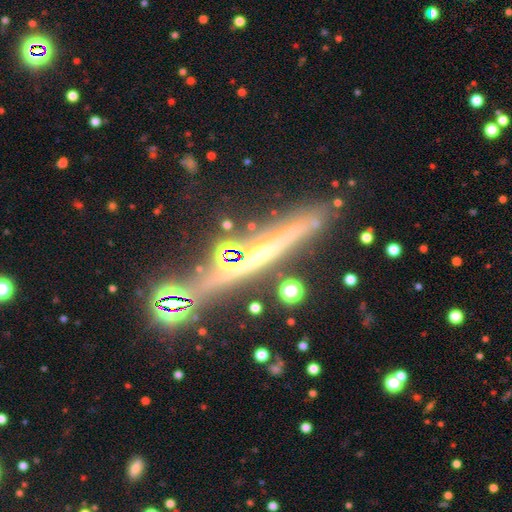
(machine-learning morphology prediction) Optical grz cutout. It shows a featured or disk galaxy (68%) viewed edge-on (92%) with a rounded central bulge (68%). Merging: none (76%).